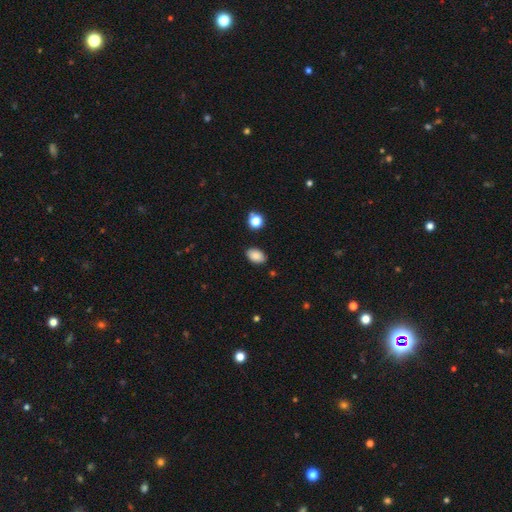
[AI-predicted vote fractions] Morphology: type=smooth (86%); roundness=in between (87%); merging=none (85%).